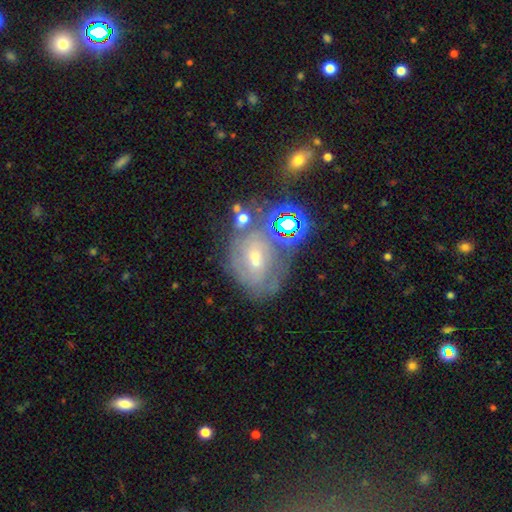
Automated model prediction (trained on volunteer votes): smooth-or-featured: featured or disk: 64% | smooth: 20% | star or artifact: 16%
  disk-edge-on: no: 95% | yes: 5%
    bar: weak: 43% (tied) | no: 43% (tied) | strong: 14%
    has-spiral-arms: yes: 76% | no: 24%
    bulge-size: small: 60% | moderate: 34% | none: 3% | large: 2% | dominant: 1%
  merging: none: 55% | minor disturbance: 20% | major disturbance: 13% | merger: 12%